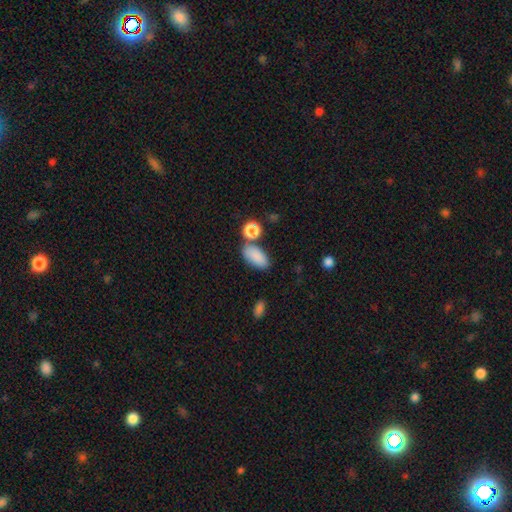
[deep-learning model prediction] smooth 85%, star or artifact 8%, featured or disk 6%. Down the decision tree: how rounded — in between (92%); merging — none (68%).